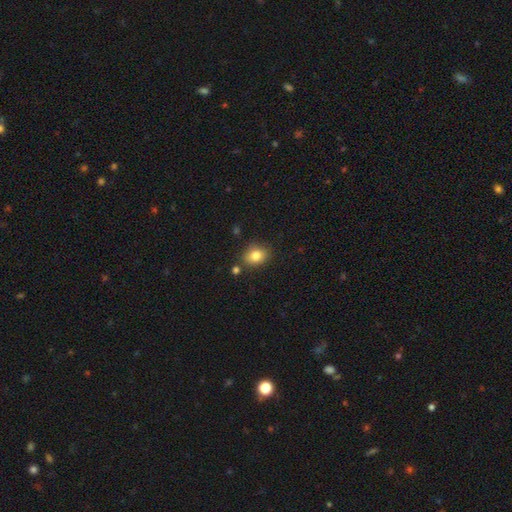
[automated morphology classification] This is clearly a smooth galaxy (82%). How rounded: possibly in between (52%). Merging: likely none (78%).